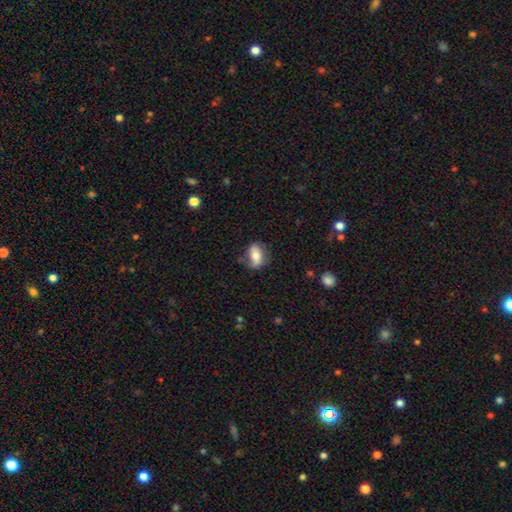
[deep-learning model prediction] Q: Smooth or featured?
A: smooth (58%); runner-up: featured or disk (34%)
Q: How rounded?
A: in between (83%); runner-up: round (13%)
Q: Merging?
A: none (59%); runner-up: minor disturbance (27%)